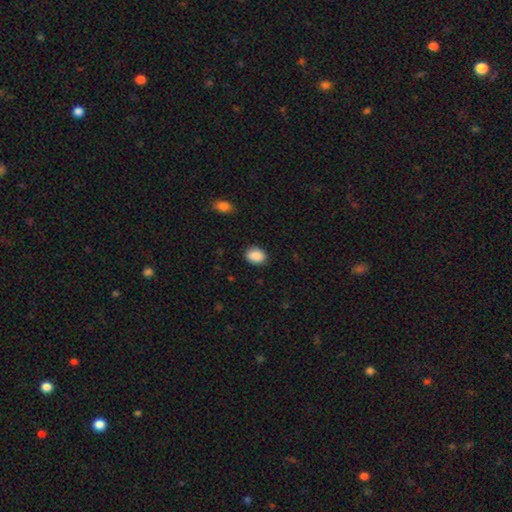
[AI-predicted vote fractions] Morphology: type=smooth (90%); roundness=in between (63%); merging=none (86%).